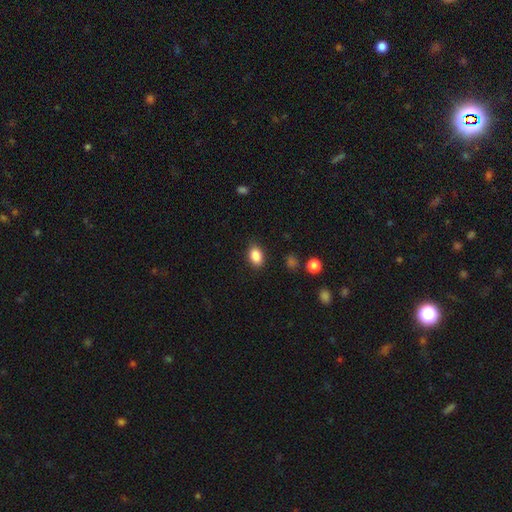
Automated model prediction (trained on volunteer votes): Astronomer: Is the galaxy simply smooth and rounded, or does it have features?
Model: smooth — 87%.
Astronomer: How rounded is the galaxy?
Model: in between — 81%.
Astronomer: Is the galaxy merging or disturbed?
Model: none — 86%.